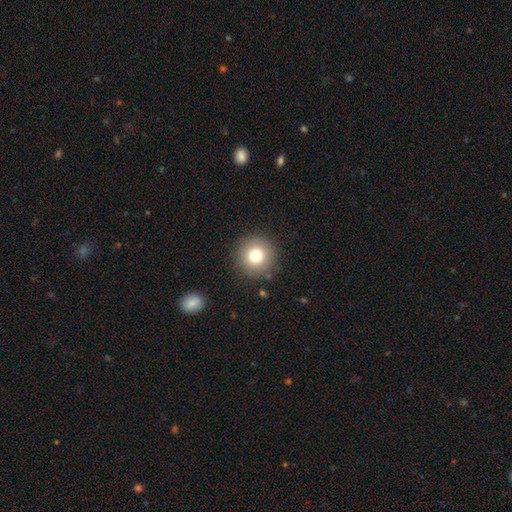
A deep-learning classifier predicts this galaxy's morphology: A smooth galaxy with no disk features (77%) that is round (95%).

Vote fractions:
- Smooth or featured? smooth: 77% / star or artifact: 12% / featured or disk: 11%
- How rounded? round: 95% / in between: 4% / cigar-shaped: 1%
- Merging? none: 89% / minor disturbance: 7% / major disturbance: 3% / merger: 2%